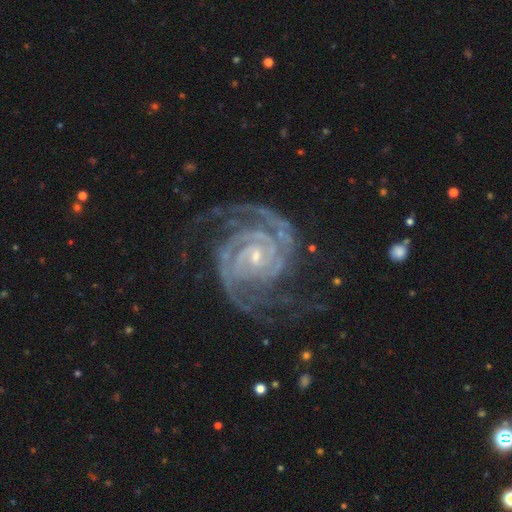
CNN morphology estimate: A featured or disk galaxy (93%) with no bar (49%), 2 (63%) tight (70%) spiral arms (99%) and a small central bulge (74%).

Vote fractions:
- Smooth or featured? featured or disk: 93% / star or artifact: 4% / smooth: 2%
- Edge-on disk? no: 98% / yes: 2%
- Bar? no: 49% / weak: 35% / strong: 16%
- Spiral arms? yes: 99% / no: 1%
- Spiral winding? tight: 70% / medium: 26% / loose: 4%
- Spiral arm count? 2: 63% / 3: 15% / can't tell: 7% / 4: 6% / more than 4: 5% / 1: 5%
- Bulge size? small: 74% / moderate: 22% / none: 2% / large: 1% / dominant: 1%
- Merging? none: 71% / minor disturbance: 17% / major disturbance: 11% / merger: 2%